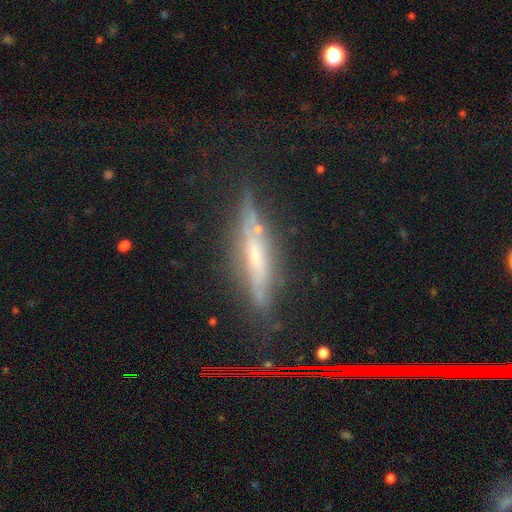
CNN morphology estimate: Smooth or featured: featured or disk — 67% (smooth — 19%)
Edge-on disk: yes — 90% (no — 10%)
Edge-on bulge: none — 49% (rounded — 35%)
Merging: none — 77% (minor disturbance — 16%)